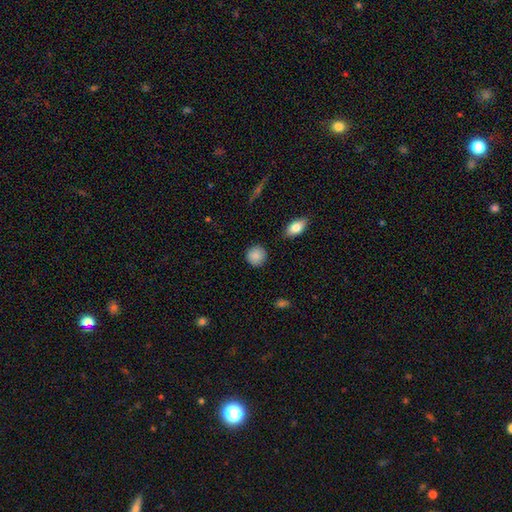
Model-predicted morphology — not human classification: smooth_or_featured: smooth (p=0.87) [alt: star or artifact p=0.08]
how_rounded: round (p=0.89) [alt: in between p=0.09]
merging: none (p=0.88) [alt: minor disturbance p=0.08]